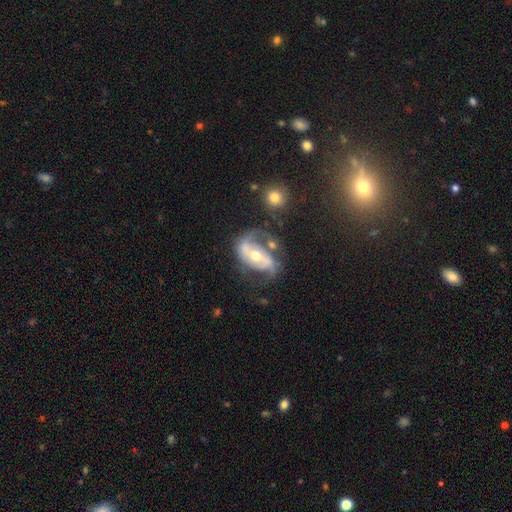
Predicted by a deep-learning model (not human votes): featured or disk 80%, smooth 14%, star or artifact 7%. Down the decision tree: edge-on disk — no (96%); bar — no (43%); spiral arms — yes (87%); spiral arm count — 2 (75%); spiral winding — medium (43%); bulge size — moderate (66%); merging — none (43%).